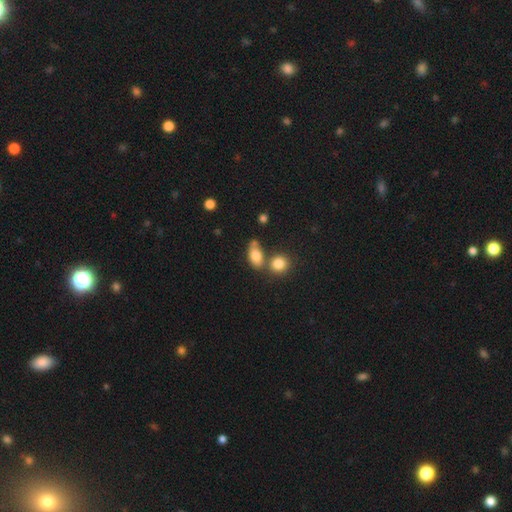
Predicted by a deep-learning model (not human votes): The model was most divided on "merging": none: 47%, merger: 29%, minor disturbance: 17%, major disturbance: 7%. More confident: how rounded — in between (82%); smooth or featured — smooth (79%).